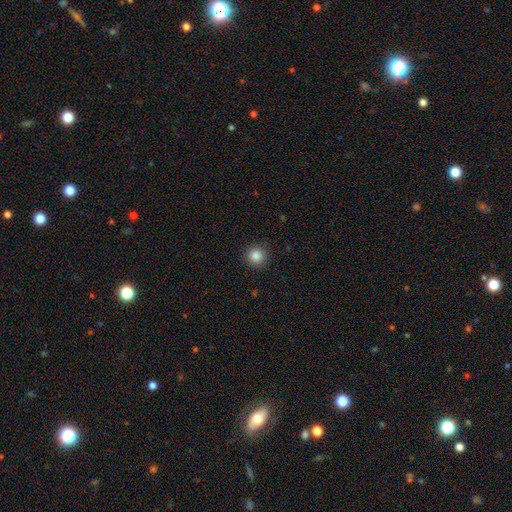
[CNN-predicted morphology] type=smooth (85%); roundness=round (94%); merging=none (90%).